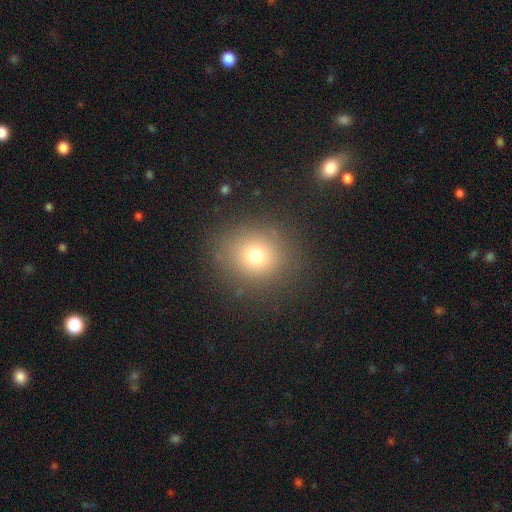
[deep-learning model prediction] The model was most divided on "smooth or featured": smooth: 73%, star or artifact: 17%, featured or disk: 11%. More confident: merging — none (84%); how rounded — round (83%).